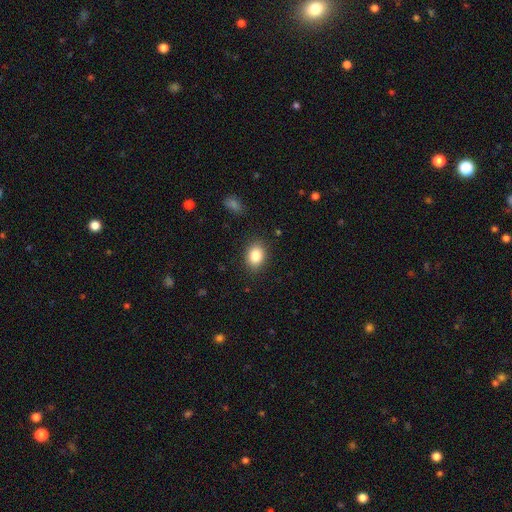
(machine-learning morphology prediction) A smooth galaxy with no disk features (85%) that is in between round and cigar-shaped (61%).

Vote fractions:
- Smooth or featured? smooth: 85% / star or artifact: 9% / featured or disk: 6%
- How rounded? in between: 61% / round: 38% / cigar-shaped: 1%
- Merging? none: 87% / minor disturbance: 9% / major disturbance: 3% / merger: 1%